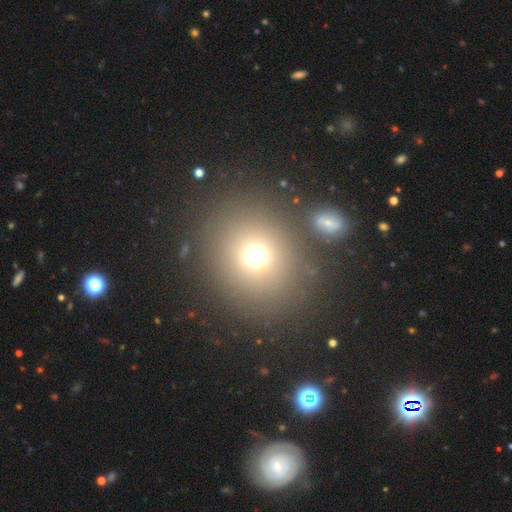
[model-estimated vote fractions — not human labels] Overall: smooth (70%). How rounded: round (83%). Merging: none (73%).